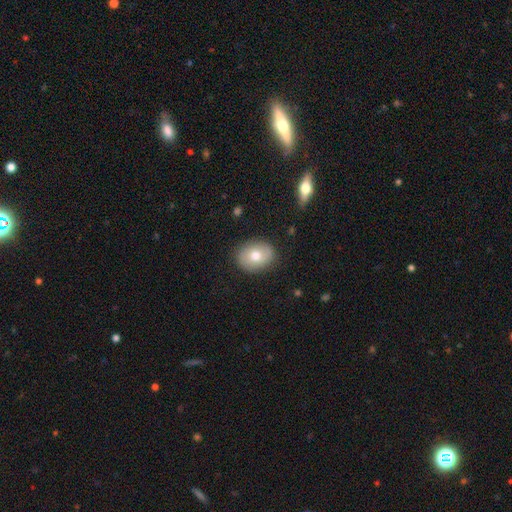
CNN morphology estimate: Overall: smooth (72%). How rounded: in between (58%; round 41%). Merging: none (85%).